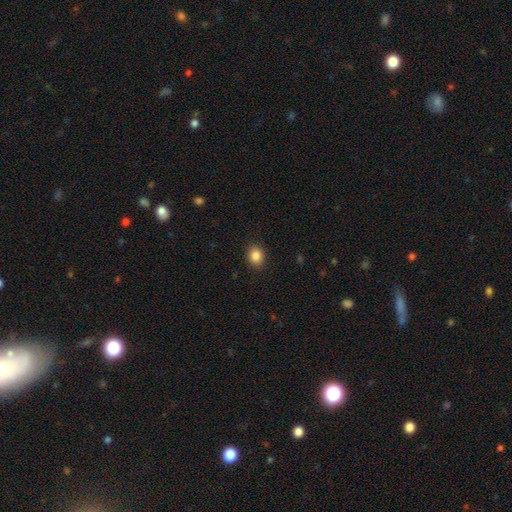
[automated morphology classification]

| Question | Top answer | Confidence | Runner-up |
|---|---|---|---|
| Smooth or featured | smooth | 86% | star or artifact (9%) |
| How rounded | round | 55% | in between (44%) |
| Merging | none | 90% | minor disturbance (7%) |